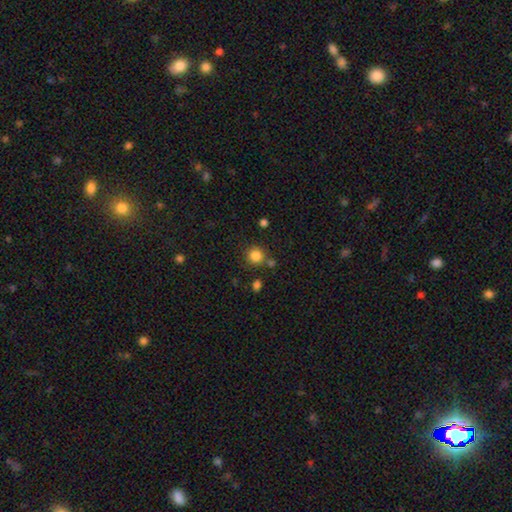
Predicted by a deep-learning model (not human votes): Smooth or featured? smooth (84%)
How rounded? round (92%)
Merging? none (77%)